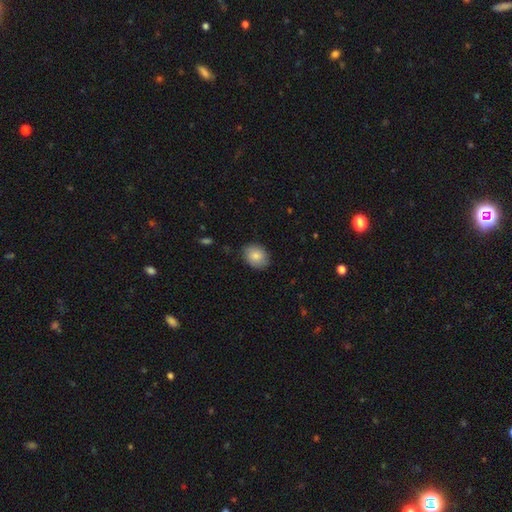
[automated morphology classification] Smooth or featured: smooth — 84% (featured or disk — 9%)
How rounded: in between — 57% (round — 42%)
Merging: none — 84% (minor disturbance — 12%)